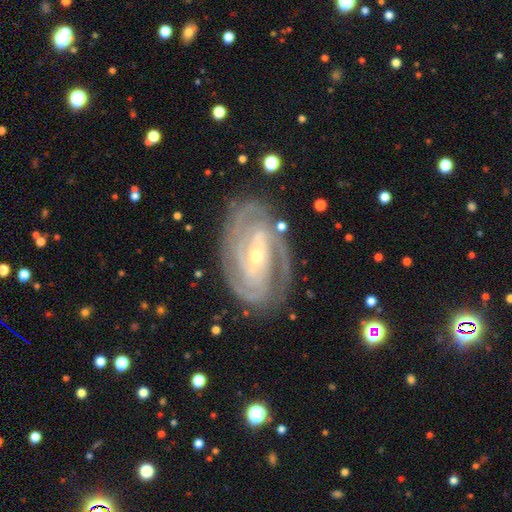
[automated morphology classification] Q: Smooth or featured?
A: featured or disk (89%); runner-up: smooth (5%)
Q: Edge-on disk?
A: no (96%); runner-up: yes (4%)
Q: Bar?
A: strong (38%); runner-up: weak (32%)
Q: Spiral arms?
A: yes (97%); runner-up: no (3%)
Q: Spiral winding?
A: tight (68%); runner-up: medium (28%)
Q: Spiral arm count?
A: 2 (46%); runner-up: 3 (22%)
Q: Bulge size?
A: small (73%); runner-up: moderate (24%)
Q: Merging?
A: none (79%); runner-up: minor disturbance (14%)